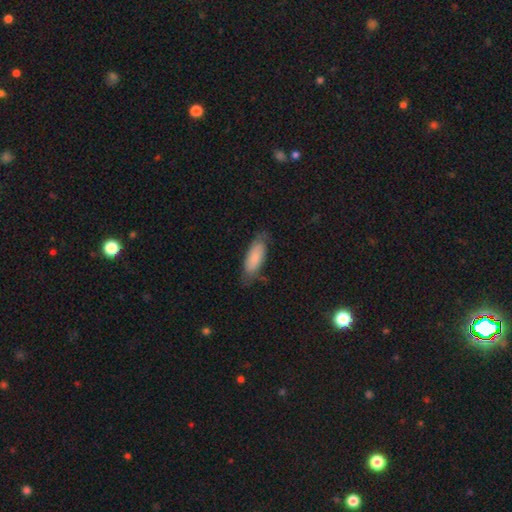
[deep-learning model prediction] Smooth or featured? smooth (80%)
How rounded? in between (76%)
Merging? none (66%)